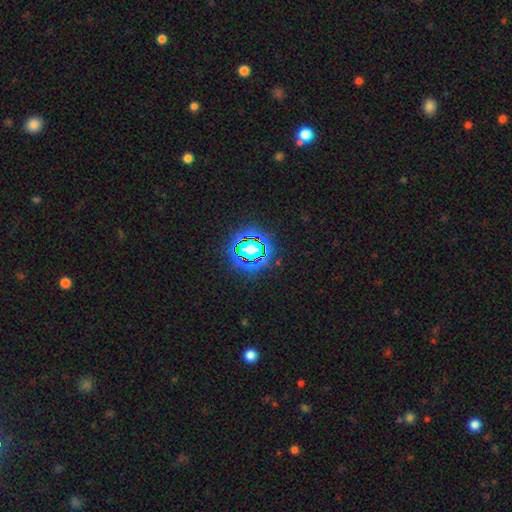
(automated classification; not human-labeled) Smooth or featured: star or artifact — 80% (smooth — 12%)